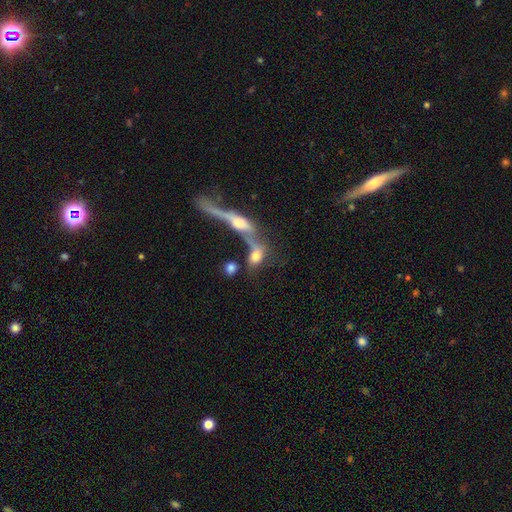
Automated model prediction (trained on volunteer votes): A smooth galaxy with no disk features (57%) that is in between round and cigar-shaped (61%).

Vote fractions:
- Smooth or featured? smooth: 57% / featured or disk: 30% / star or artifact: 12%
- How rounded? in between: 61% / round: 22% / cigar-shaped: 17%
- Merging? merger: 50% / none: 26% / major disturbance: 13% / minor disturbance: 11%